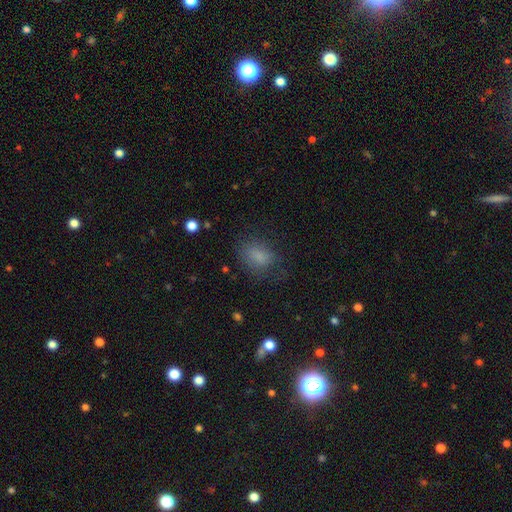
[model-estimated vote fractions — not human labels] smooth 73%, star or artifact 17%, featured or disk 10%. Down the decision tree: how rounded — in between (67%); merging — none (69%).